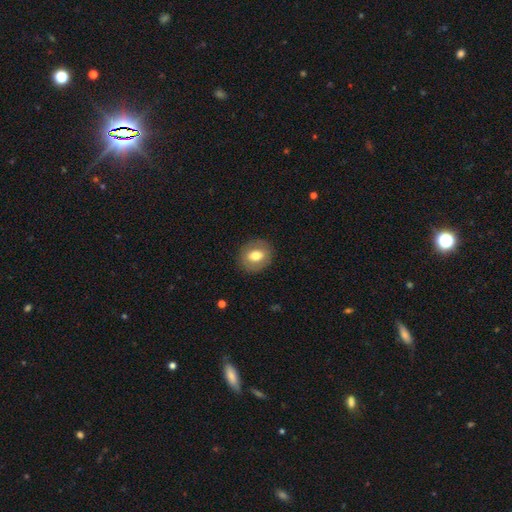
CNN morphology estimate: Smooth or featured: smooth — 65% (featured or disk — 27%)
How rounded: round — 56% (in between — 43%)
Merging: none — 86% (minor disturbance — 9%)